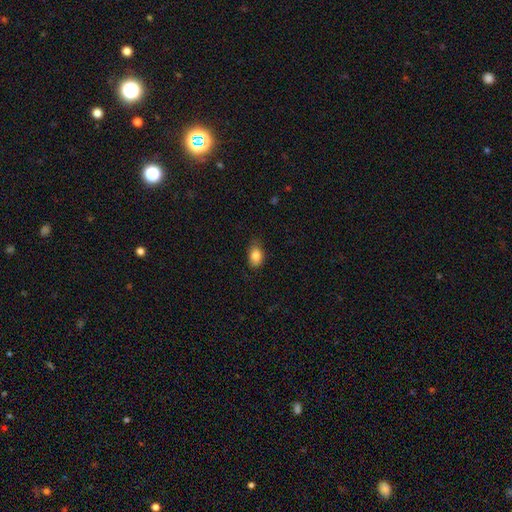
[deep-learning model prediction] A smooth galaxy with no disk features (84%) that is in between round and cigar-shaped (84%). Merging: none (73%).